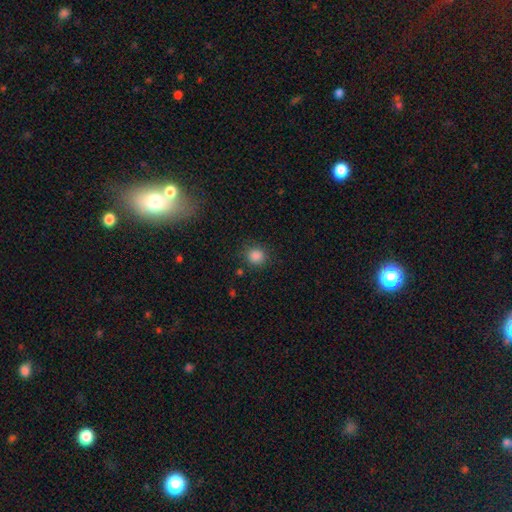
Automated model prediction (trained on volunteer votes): Smooth or featured? Predicted: smooth (p=0.86). How rounded? Predicted: round (p=0.88). Merging? Predicted: none (p=0.85).